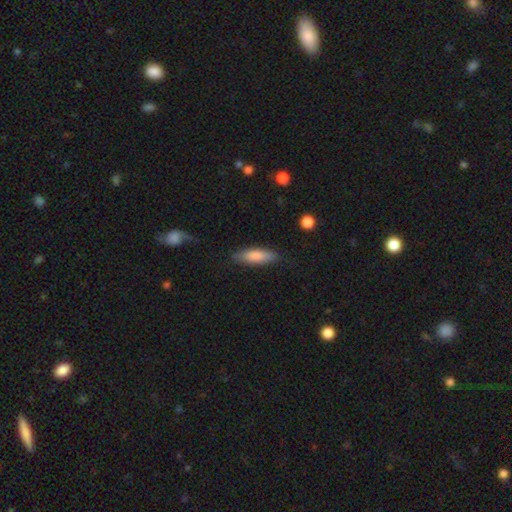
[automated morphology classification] smooth_or_featured: smooth (p=0.79) [alt: featured or disk p=0.15]
how_rounded: cigar-shaped (p=0.51) [alt: in between p=0.47]
merging: none (p=0.82) [alt: minor disturbance p=0.13]